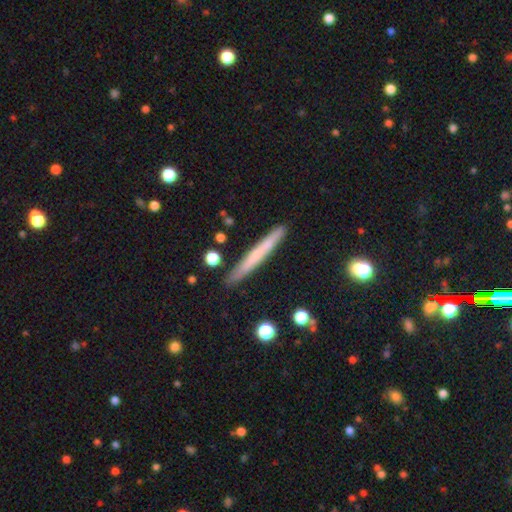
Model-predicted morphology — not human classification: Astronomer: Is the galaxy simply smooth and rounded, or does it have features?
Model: smooth — 56% (runner-up: featured or disk, 37%).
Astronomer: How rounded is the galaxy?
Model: cigar-shaped — 97%.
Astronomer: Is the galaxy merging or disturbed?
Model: none — 88%.